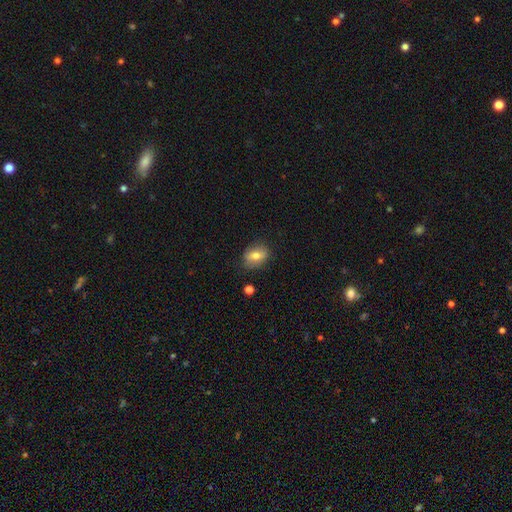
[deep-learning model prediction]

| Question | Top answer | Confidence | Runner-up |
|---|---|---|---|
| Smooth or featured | smooth | 72% | featured or disk (19%) |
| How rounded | in between | 73% | round (25%) |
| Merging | none | 80% | minor disturbance (15%) |